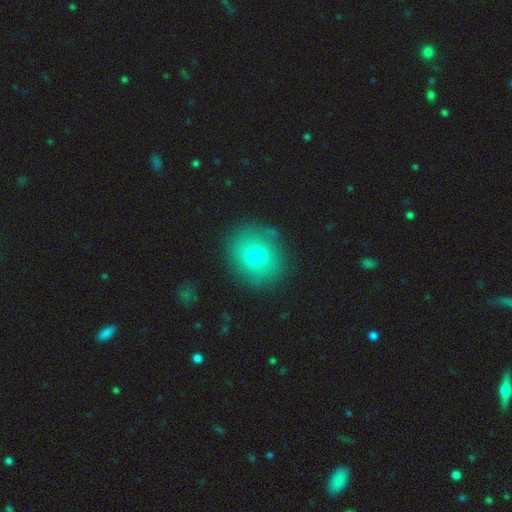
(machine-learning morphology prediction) Smooth or featured? Predicted: smooth (p=0.69). How rounded? Predicted: round (p=0.76). Merging? Predicted: none (p=0.83).